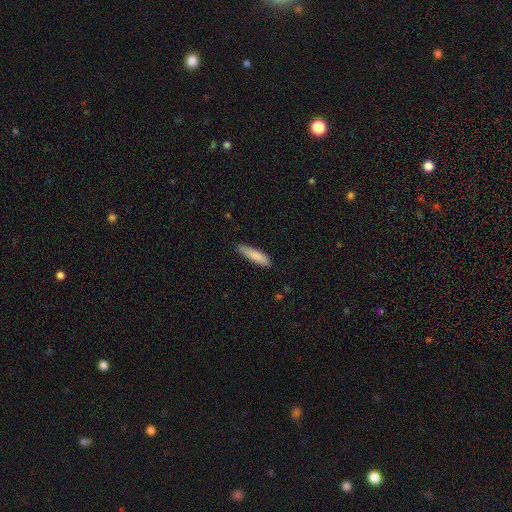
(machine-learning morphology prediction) Smooth or featured? Predicted: smooth (p=0.85). How rounded? Predicted: cigar-shaped (p=0.75). Merging? Predicted: none (p=0.83).